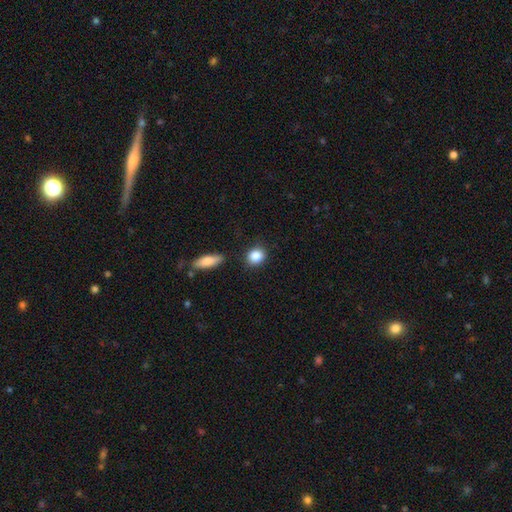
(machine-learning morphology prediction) smooth_or_featured: smooth (p=0.85) [alt: star or artifact p=0.08]
how_rounded: round (p=0.67) [alt: in between p=0.31]
merging: none (p=0.83) [alt: minor disturbance p=0.10]